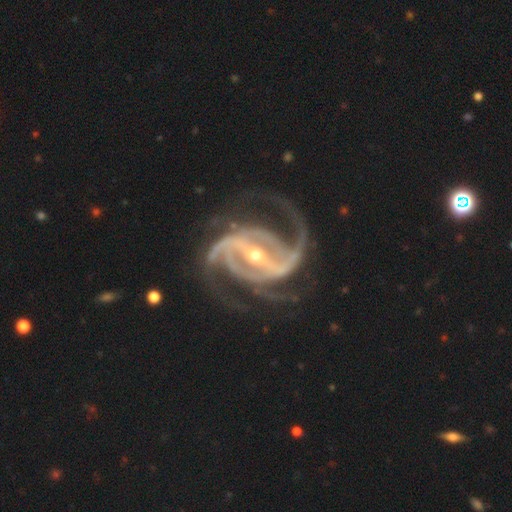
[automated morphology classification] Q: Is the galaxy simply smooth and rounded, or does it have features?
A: featured or disk — 94%.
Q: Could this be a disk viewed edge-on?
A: no — 98%.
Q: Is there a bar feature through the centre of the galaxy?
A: strong — 74%.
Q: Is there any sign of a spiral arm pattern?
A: yes — 99%.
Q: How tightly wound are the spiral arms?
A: medium — 56%.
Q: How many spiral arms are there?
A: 2 — 42%.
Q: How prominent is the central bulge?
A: small — 59%.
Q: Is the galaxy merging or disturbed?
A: none — 66%.